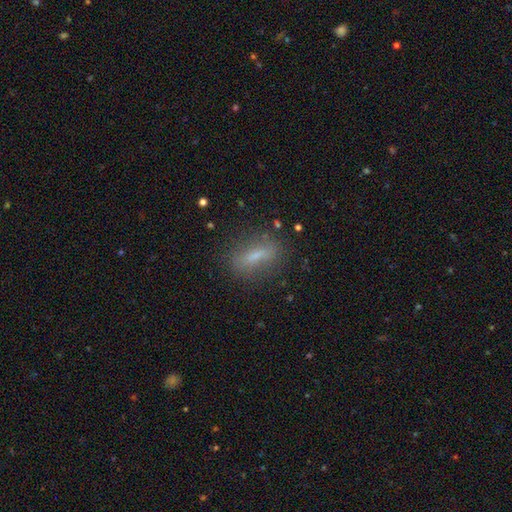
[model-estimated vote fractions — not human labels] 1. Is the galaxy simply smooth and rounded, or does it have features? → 62% smooth, 27% featured or disk, 12% star or artifact.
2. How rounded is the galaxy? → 51% cigar-shaped, 43% in between, 5% round.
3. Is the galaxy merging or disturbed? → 77% none, 15% minor disturbance, 6% major disturbance, 3% merger.